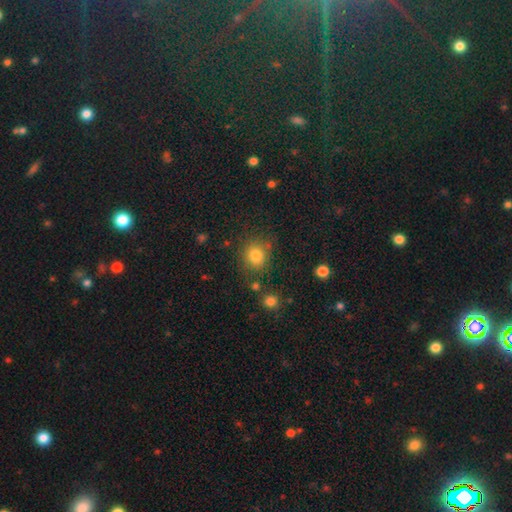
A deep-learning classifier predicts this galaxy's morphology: Q: Smooth or featured?
A: smooth (81%); runner-up: star or artifact (13%)
Q: How rounded?
A: round (81%); runner-up: in between (18%)
Q: Merging?
A: none (78%); runner-up: minor disturbance (12%)